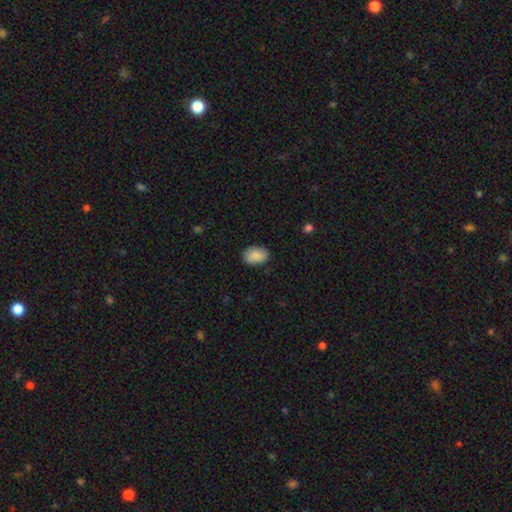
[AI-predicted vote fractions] smooth_or_featured: smooth (p=0.90) [alt: star or artifact p=0.07]
how_rounded: in between (p=0.88) [alt: round p=0.11]
merging: none (p=0.84) [alt: minor disturbance p=0.12]